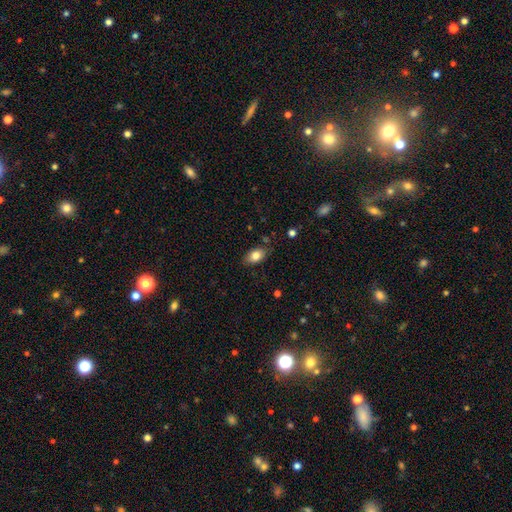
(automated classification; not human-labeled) This is clearly a smooth galaxy (82%). How rounded: clearly in between (88%). Merging: clearly none (80%).